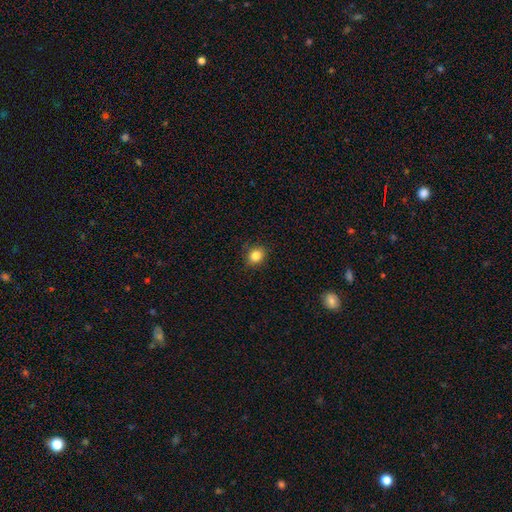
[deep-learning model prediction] Smooth or featured: smooth — 84% (star or artifact — 11%)
How rounded: round — 70% (in between — 29%)
Merging: none — 89% (minor disturbance — 8%)